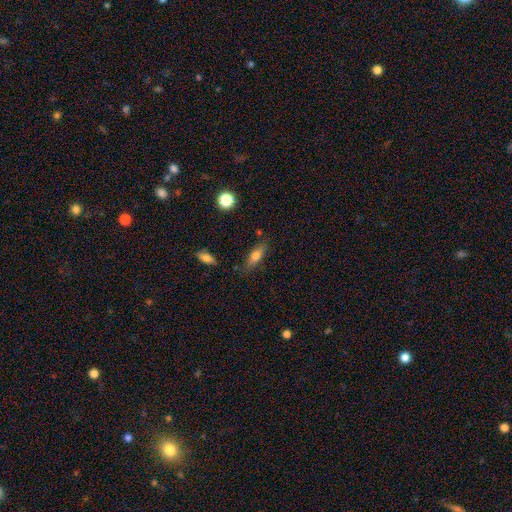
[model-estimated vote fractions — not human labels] smooth_or_featured: smooth (p=0.69) [alt: featured or disk p=0.22]
how_rounded: in between (p=0.55) [alt: cigar-shaped p=0.42]
merging: none (p=0.78) [alt: minor disturbance p=0.15]